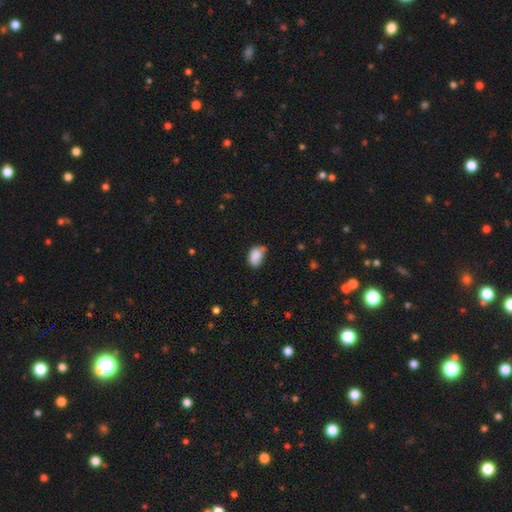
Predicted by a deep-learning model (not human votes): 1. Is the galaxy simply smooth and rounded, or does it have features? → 84% smooth, 9% star or artifact, 7% featured or disk.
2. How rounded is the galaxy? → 83% in between, 16% round, 1% cigar-shaped.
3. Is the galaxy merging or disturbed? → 48% none, 39% minor disturbance, 9% major disturbance, 5% merger.